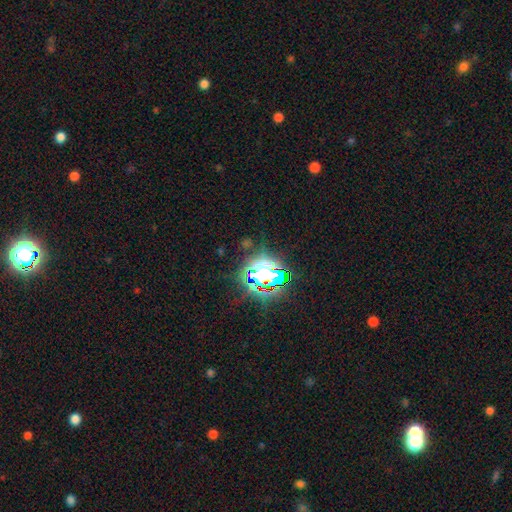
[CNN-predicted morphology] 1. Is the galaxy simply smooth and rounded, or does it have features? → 80% star or artifact, 12% smooth, 7% featured or disk.